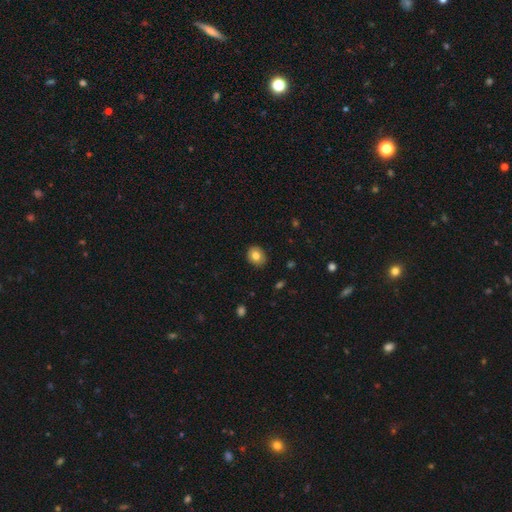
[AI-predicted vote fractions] Smooth or featured: smooth — 77% (featured or disk — 14%)
How rounded: round — 70% (in between — 29%)
Merging: none — 88% (minor disturbance — 9%)